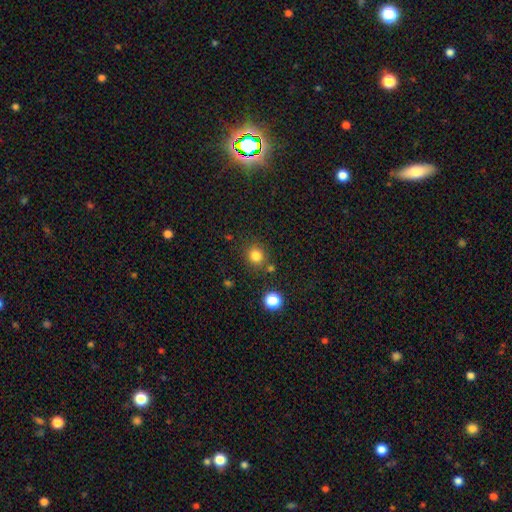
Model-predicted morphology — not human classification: A smooth galaxy with no disk features (82%) that is round (85%). Merging: none (80%).